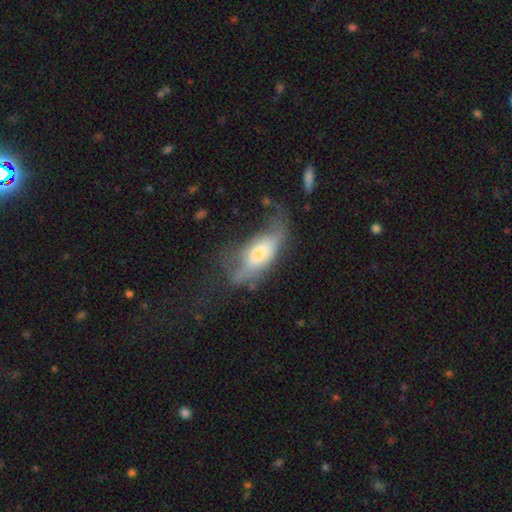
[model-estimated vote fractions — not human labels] smooth 50%, featured or disk 41%, star or artifact 9%. Down the decision tree: how rounded — in between (76%); merging — major disturbance (40%).